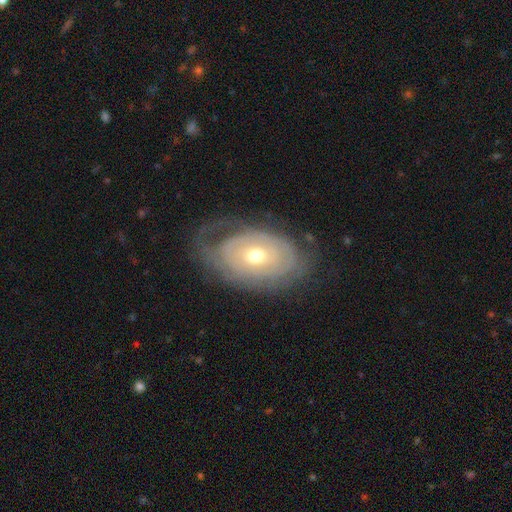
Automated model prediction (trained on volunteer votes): The model was most divided on "bulge size": moderate: 61%, small: 34%, large: 4%, dominant: 1%, none: 1%. More confident: edge-on disk — no (93%); bar — no (77%); smooth or featured — featured or disk (73%); spiral arms — yes (69%); merging — none (62%).